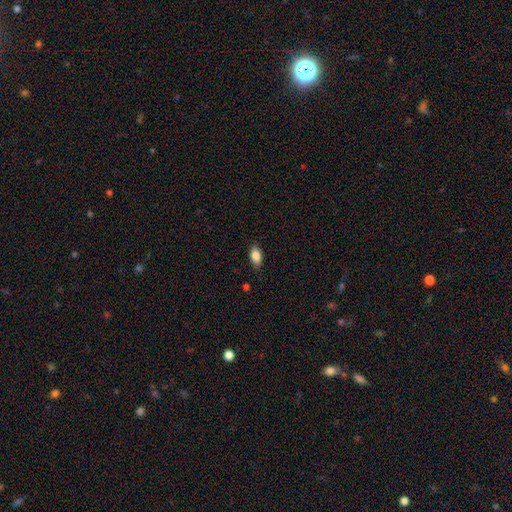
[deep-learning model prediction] This is clearly a smooth galaxy (84%). How rounded: clearly in between (89%). Merging: clearly none (82%).